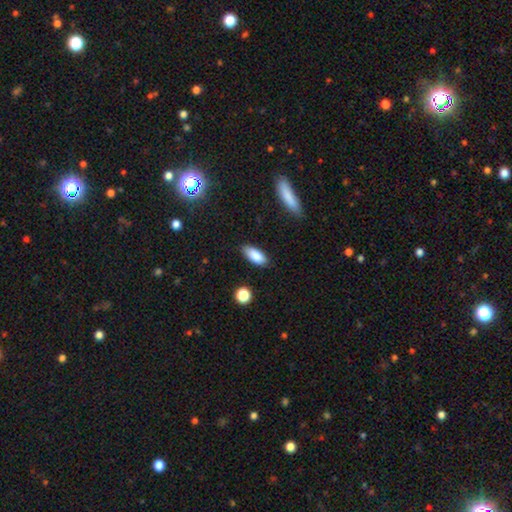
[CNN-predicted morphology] Smooth or featured? Predicted: smooth (p=0.86). How rounded? Predicted: in between (p=0.85). Merging? Predicted: none (p=0.83).